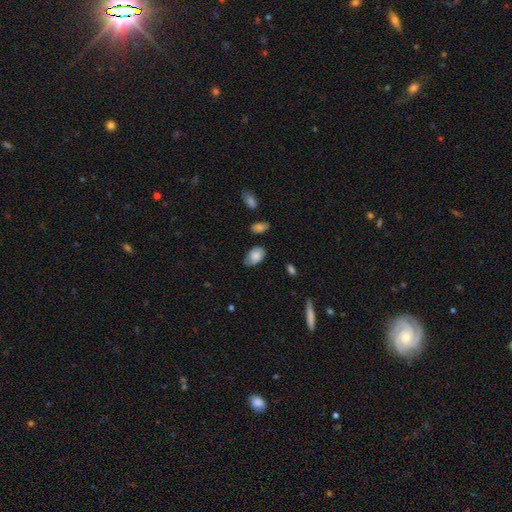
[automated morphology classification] A smooth galaxy with no disk features (79%) that is in between round and cigar-shaped (88%).

Vote fractions:
- Smooth or featured? smooth: 79% / featured or disk: 14% / star or artifact: 7%
- How rounded? in between: 88% / round: 10% / cigar-shaped: 1%
- Merging? none: 66% / minor disturbance: 26% / major disturbance: 6% / merger: 3%